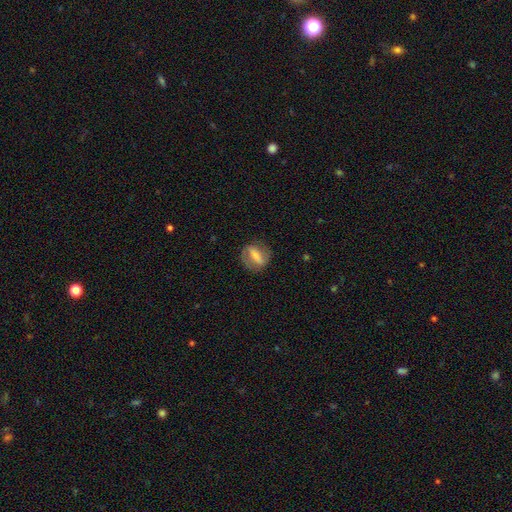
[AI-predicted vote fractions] Smooth or featured? Predicted: featured or disk (p=0.58). Edge-on disk? Predicted: no (p=0.92). Bar? Predicted: strong (p=0.62). Spiral arms? Predicted: yes (p=0.69). Bulge size? Predicted: small (p=0.39). Merging? Predicted: none (p=0.76).